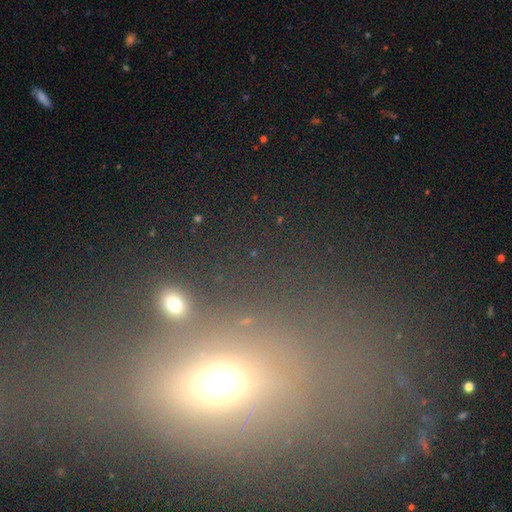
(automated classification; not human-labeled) The model was most divided on "smooth or featured": smooth: 45%, star or artifact: 35%, featured or disk: 20%. More confident: merging — none (58%).